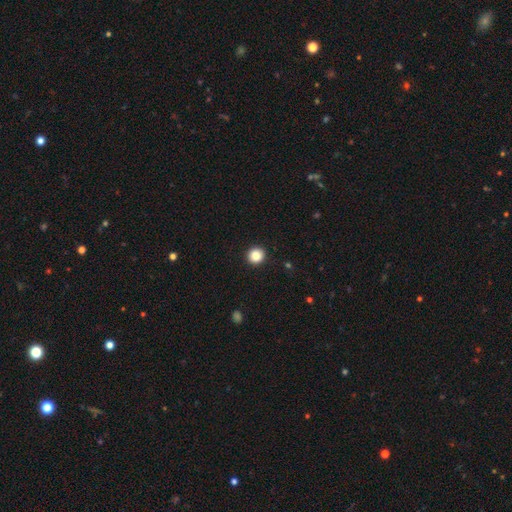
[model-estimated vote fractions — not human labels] smooth 86%, star or artifact 10%, featured or disk 4%. Down the decision tree: how rounded — round (91%); merging — none (92%).